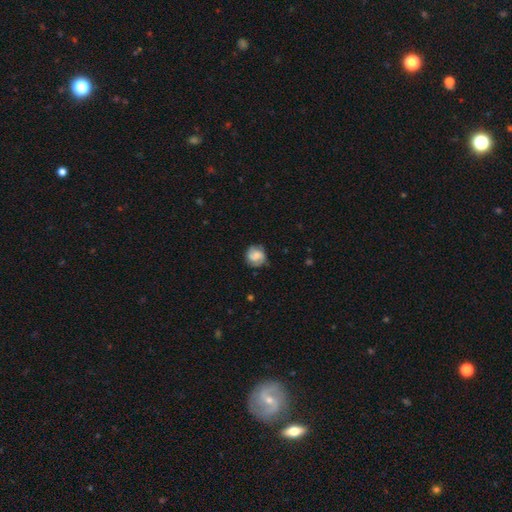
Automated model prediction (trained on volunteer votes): Morphology: type=smooth (48%); merging=none (72%).